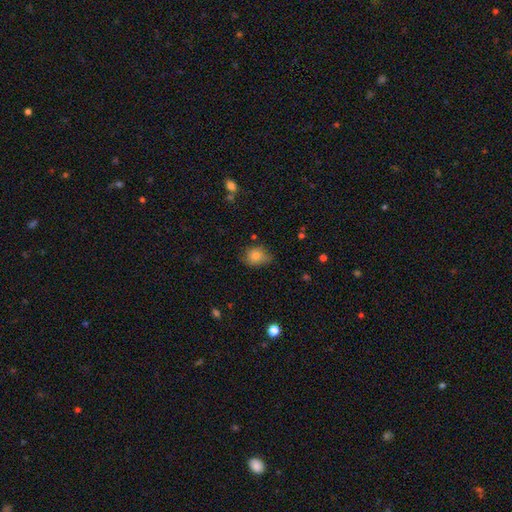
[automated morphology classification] smooth-or-featured: smooth: 80% | featured or disk: 11% | star or artifact: 10%
  how-rounded: in between: 54% | round: 45% | cigar-shaped: 1%
  merging: none: 61% | minor disturbance: 30% | major disturbance: 7% | merger: 2%